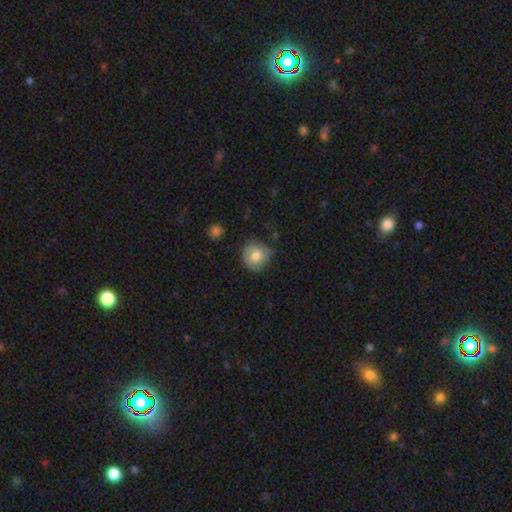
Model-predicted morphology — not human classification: Smooth or featured? smooth (68%)
How rounded? round (85%)
Merging? none (63%)